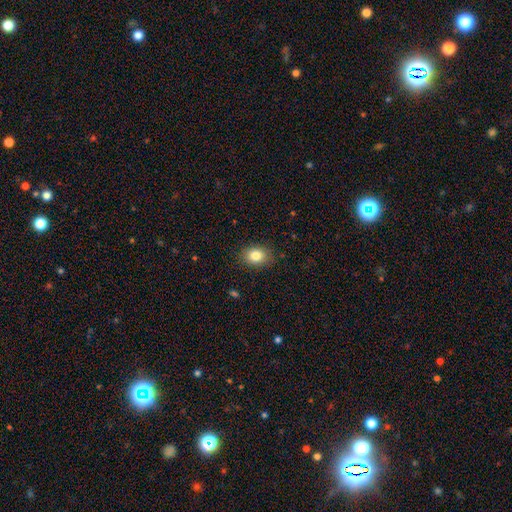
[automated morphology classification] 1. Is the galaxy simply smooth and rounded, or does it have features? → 83% smooth, 9% star or artifact, 7% featured or disk.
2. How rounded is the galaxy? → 66% in between, 33% round, 1% cigar-shaped.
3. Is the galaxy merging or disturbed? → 87% none, 10% minor disturbance, 2% major disturbance, 1% merger.